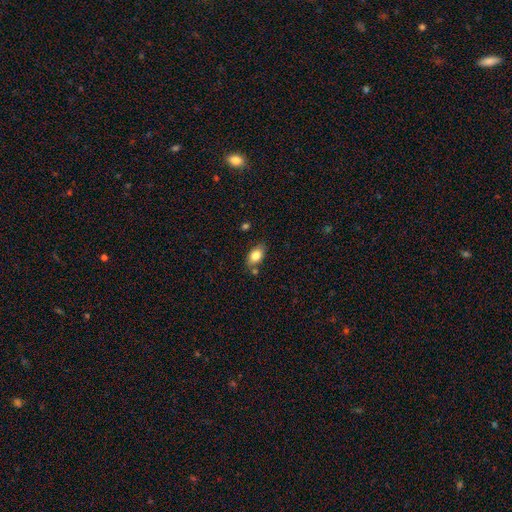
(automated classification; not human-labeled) Smooth or featured: smooth — 81% (featured or disk — 11%)
How rounded: in between — 88% (round — 10%)
Merging: none — 74% (minor disturbance — 15%)